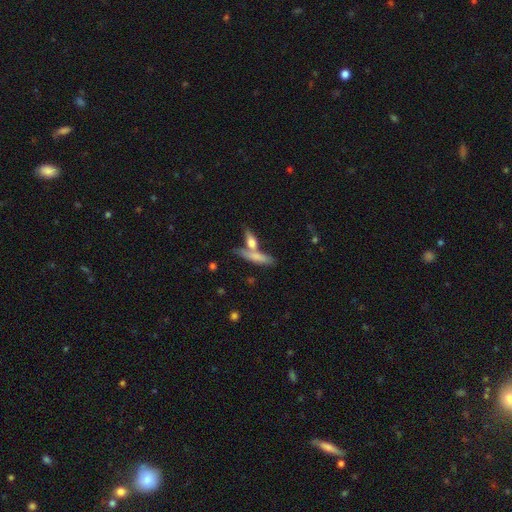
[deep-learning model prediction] The model was most divided on "merging": none: 49%, merger: 35%, minor disturbance: 11%, major disturbance: 4%. More confident: how rounded — cigar-shaped (70%); smooth or featured — smooth (66%).